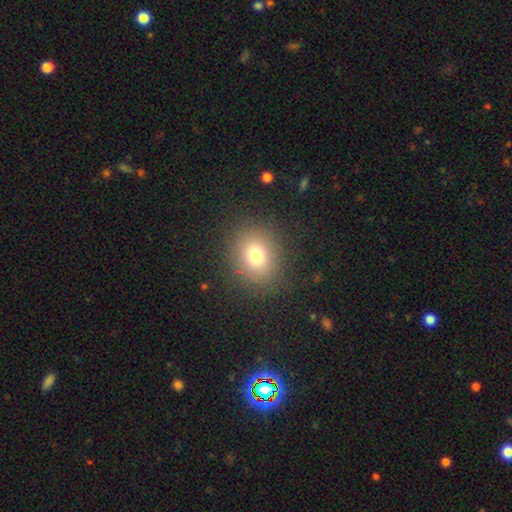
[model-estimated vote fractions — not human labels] smooth-or-featured: smooth: 76% | star or artifact: 14% | featured or disk: 10%
  how-rounded: round: 66% | in between: 33% | cigar-shaped: 1%
  merging: none: 86% | minor disturbance: 8% | major disturbance: 4% | merger: 1%